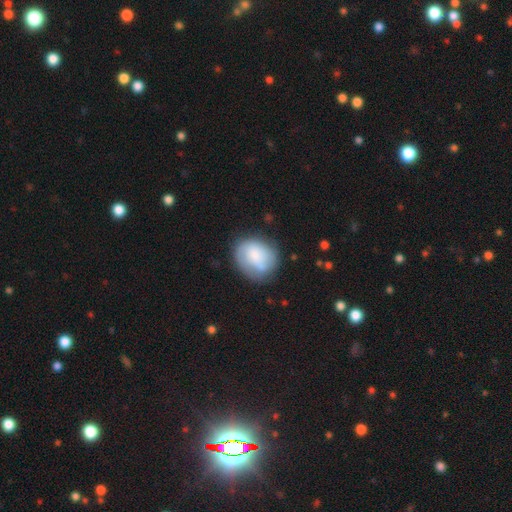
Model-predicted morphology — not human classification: Smooth or featured: smooth — 63% (featured or disk — 30%)
How rounded: round — 65% (in between — 34%)
Merging: none — 58% (minor disturbance — 25%)